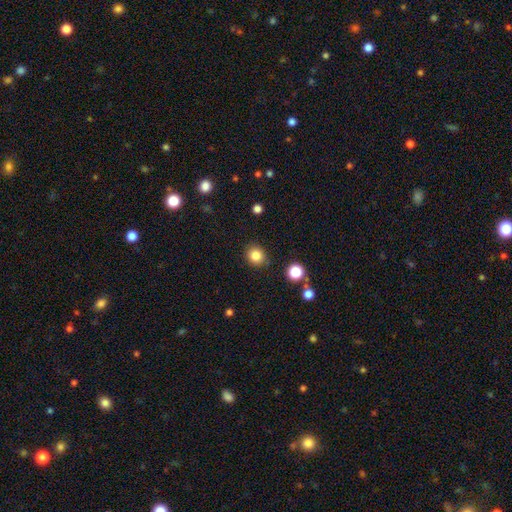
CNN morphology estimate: A smooth galaxy with no disk features (83%) that is round (83%). Merging: none (86%).